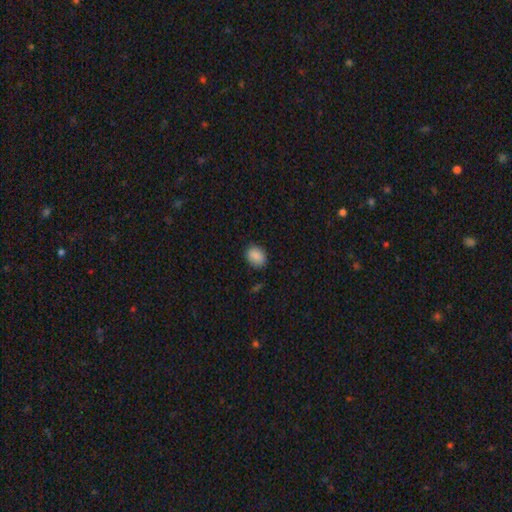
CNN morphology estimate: smooth 88%, star or artifact 8%, featured or disk 4%. Down the decision tree: how rounded — in between (64%); merging — none (84%).